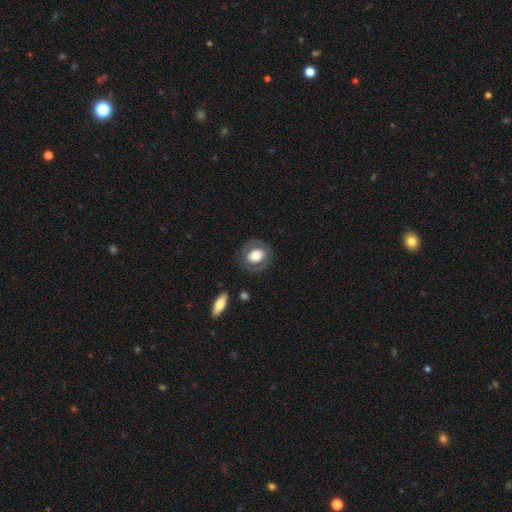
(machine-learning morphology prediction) type=smooth (56%); roundness=round (63%); merging=none (79%).